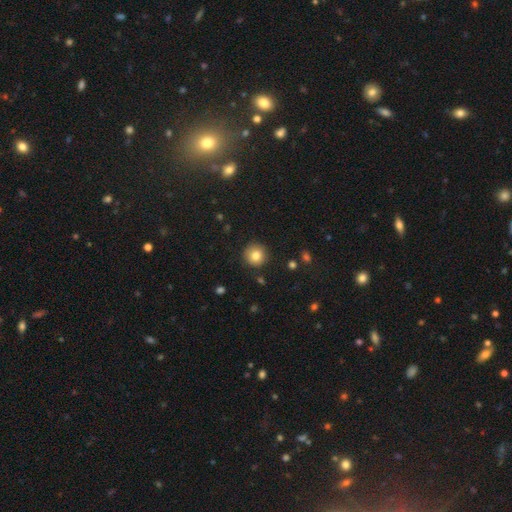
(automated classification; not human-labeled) smooth_or_featured: smooth (p=0.81) [alt: star or artifact p=0.10]
how_rounded: round (p=0.95) [alt: in between p=0.04]
merging: none (p=0.90) [alt: minor disturbance p=0.07]